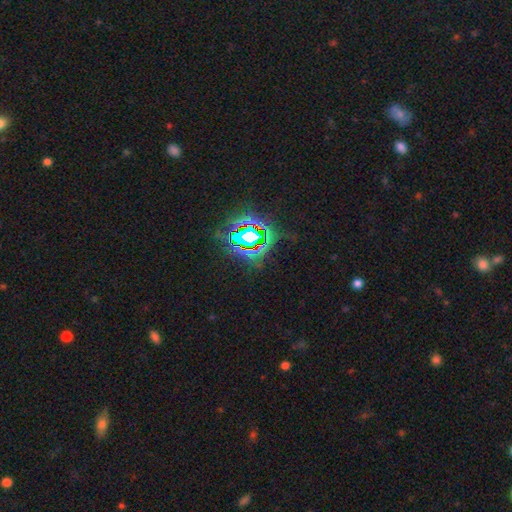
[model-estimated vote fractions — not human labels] Morphology: type=star or artifact (82%).